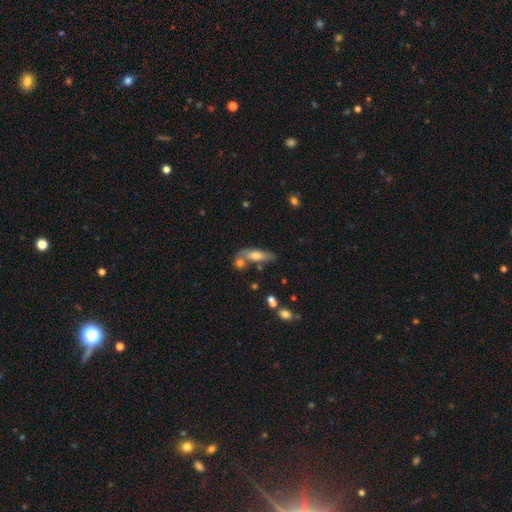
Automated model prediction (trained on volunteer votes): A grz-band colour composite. It shows a smooth galaxy with no disk features (63%) that is in between round and cigar-shaped (54%). Merging: none (53%).